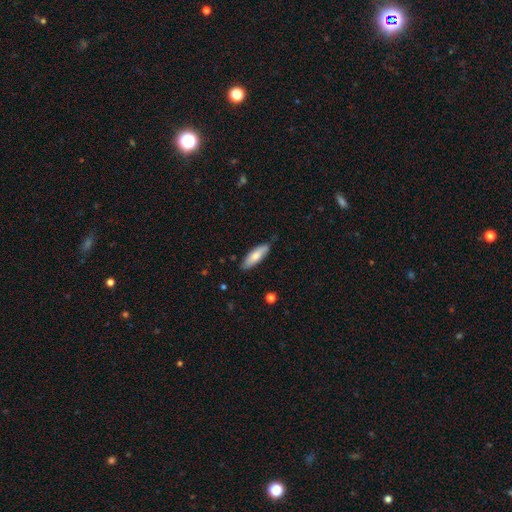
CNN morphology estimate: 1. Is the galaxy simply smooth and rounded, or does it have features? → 75% smooth, 19% featured or disk, 6% star or artifact.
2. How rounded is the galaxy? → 55% in between, 43% cigar-shaped, 2% round.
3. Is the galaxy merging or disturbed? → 80% none, 16% minor disturbance, 2% major disturbance, 1% merger.